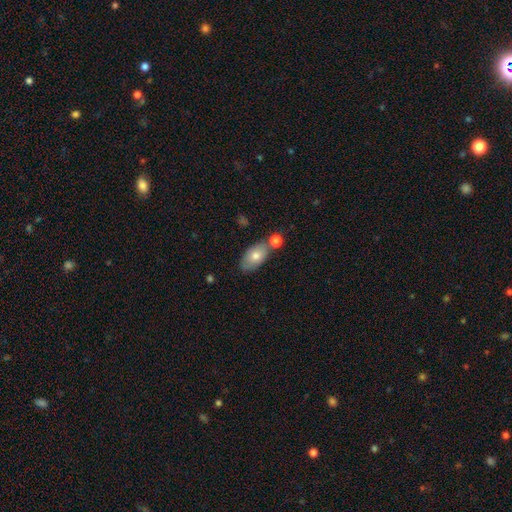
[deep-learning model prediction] smooth 74%, featured or disk 20%, star or artifact 7%. Down the decision tree: how rounded — in between (91%); merging — none (61%).